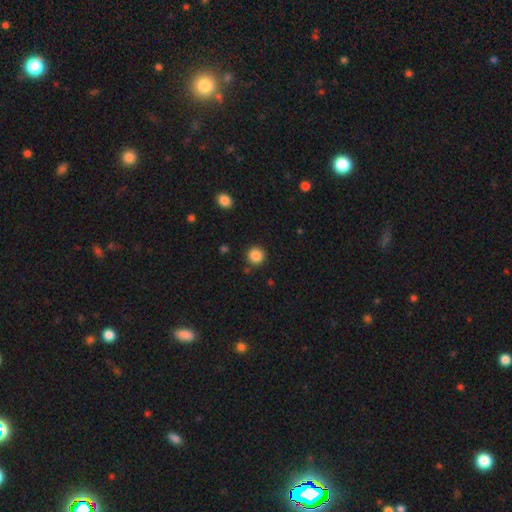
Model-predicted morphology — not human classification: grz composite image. It shows a smooth galaxy with no disk features (86%) that is round (95%). Merging: none (90%).